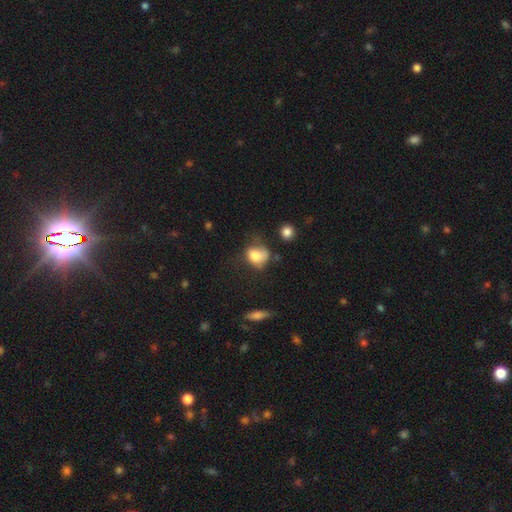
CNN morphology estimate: Smooth or featured: smooth — 76% (featured or disk — 15%)
How rounded: in between — 54% (round — 45%)
Merging: none — 34% (minor disturbance — 32%)